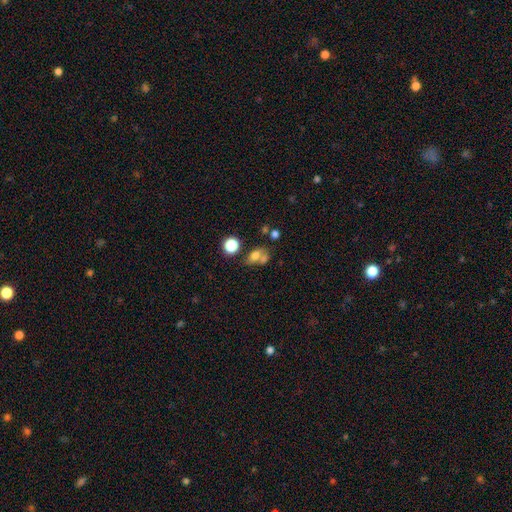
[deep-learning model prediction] A smooth galaxy with no disk features (64%) that is in between round and cigar-shaped (70%). Merging: merger (41%).